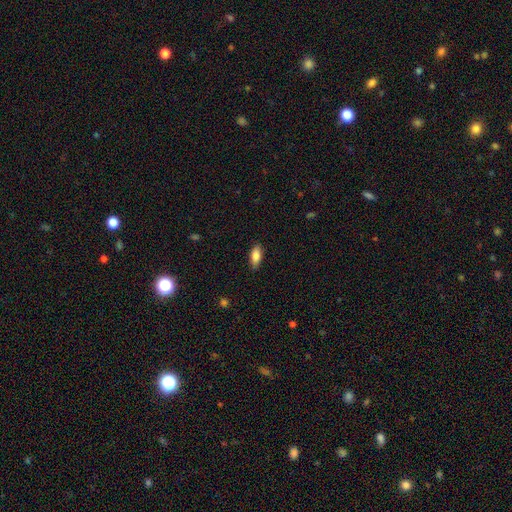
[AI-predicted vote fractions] Q: Smooth or featured?
A: smooth (83%); runner-up: featured or disk (10%)
Q: How rounded?
A: in between (81%); runner-up: cigar-shaped (17%)
Q: Merging?
A: none (87%); runner-up: minor disturbance (9%)